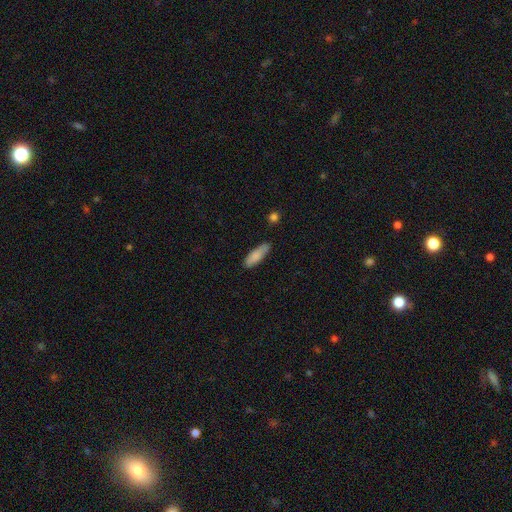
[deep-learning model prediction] Smooth or featured?
  - smooth: 84% *
  - featured or disk: 10%
  - star or artifact: 6%
How rounded?
  - in between: 51% *
  - cigar-shaped: 47%
  - round: 2%
Merging?
  - none: 80% *
  - minor disturbance: 15%
  - major disturbance: 3%
  - merger: 2%